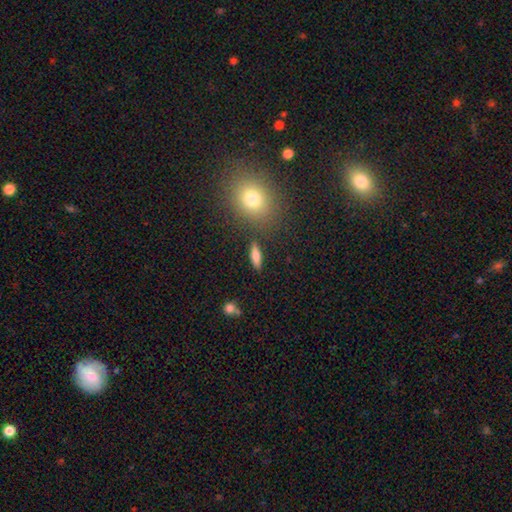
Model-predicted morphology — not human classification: smooth_or_featured: smooth (p=0.76) [alt: featured or disk p=0.16]
how_rounded: cigar-shaped (p=0.48) [alt: in between p=0.47]
merging: none (p=0.85) [alt: minor disturbance p=0.09]